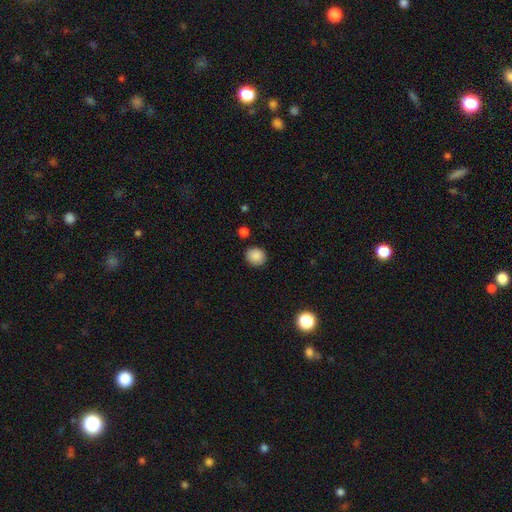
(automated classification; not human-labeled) Smooth or featured? Predicted: smooth (p=0.88). How rounded? Predicted: round (p=0.80). Merging? Predicted: none (p=0.87).